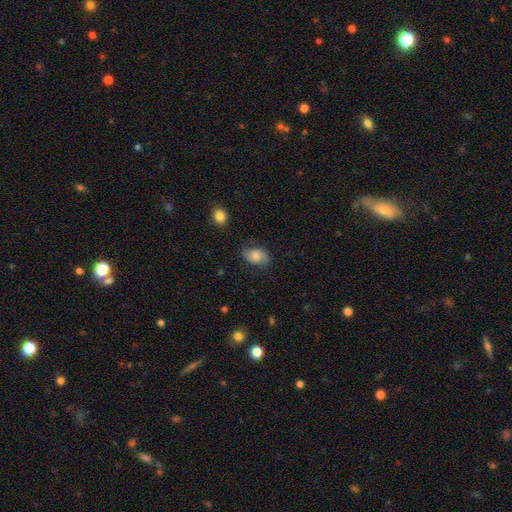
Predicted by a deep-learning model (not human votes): Smooth or featured: smooth — 50% (featured or disk — 40%)
How rounded: in between — 80% (round — 18%)
Merging: none — 70% (minor disturbance — 21%)